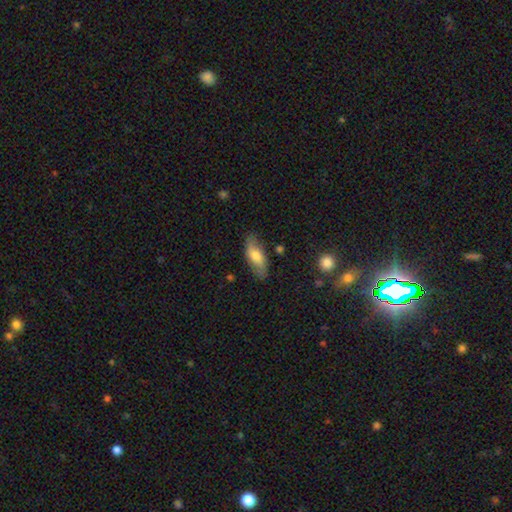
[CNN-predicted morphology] Overall: smooth (63%; featured or disk 30%). How rounded: in between (76%). Merging: none (79%).